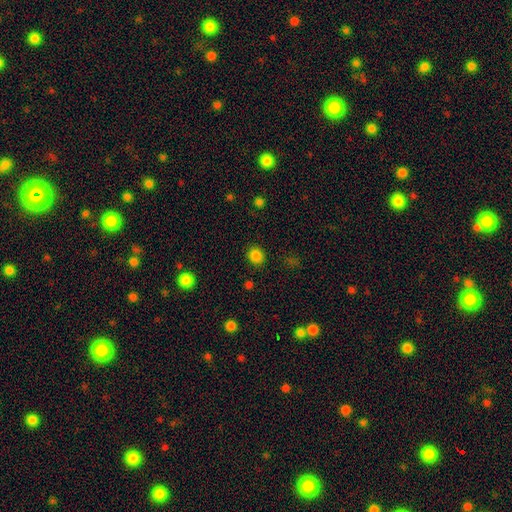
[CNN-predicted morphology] Smooth or featured?
  - smooth: 84% *
  - star or artifact: 13%
  - featured or disk: 3%
How rounded?
  - round: 79% *
  - in between: 20%
  - cigar-shaped: 1%
Merging?
  - none: 88% *
  - minor disturbance: 8%
  - major disturbance: 3%
  - merger: 2%